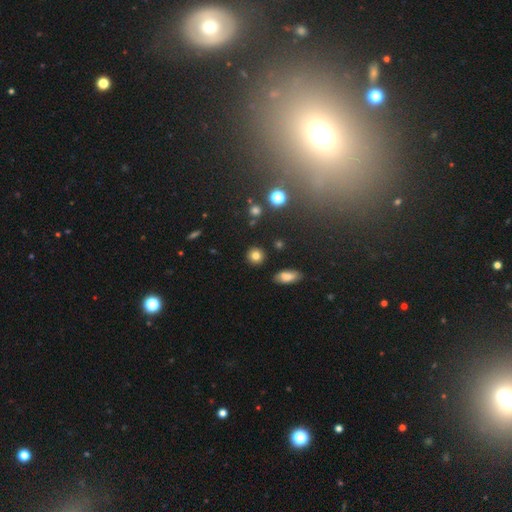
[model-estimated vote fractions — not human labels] Overall: smooth (80%). How rounded: round (89%). Merging: none (88%).